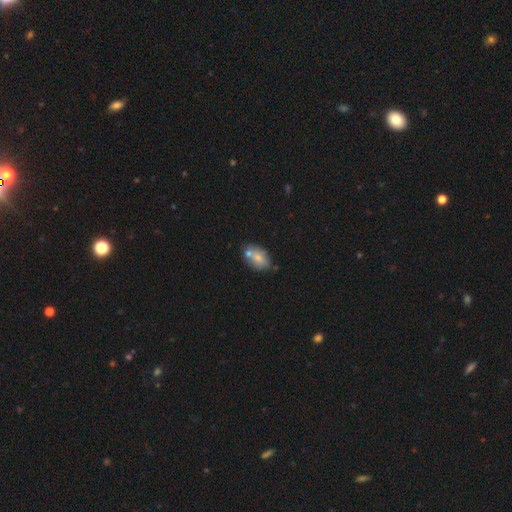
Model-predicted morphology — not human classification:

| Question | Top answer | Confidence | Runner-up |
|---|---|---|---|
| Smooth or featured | smooth | 63% | featured or disk (23%) |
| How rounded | in between | 80% | round (17%) |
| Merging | none | 55% | merger (24%) |